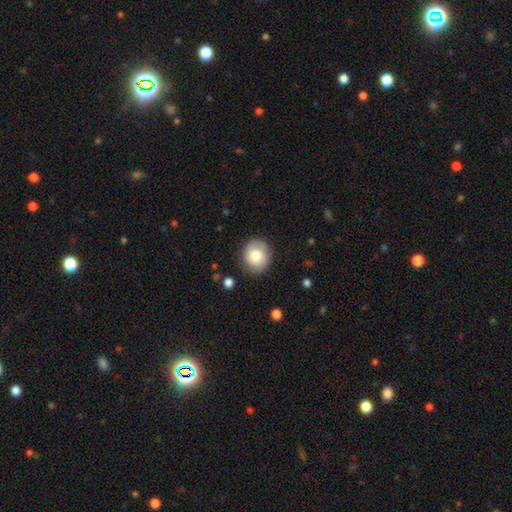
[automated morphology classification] Smooth or featured? smooth (79%)
How rounded? round (76%)
Merging? none (82%)